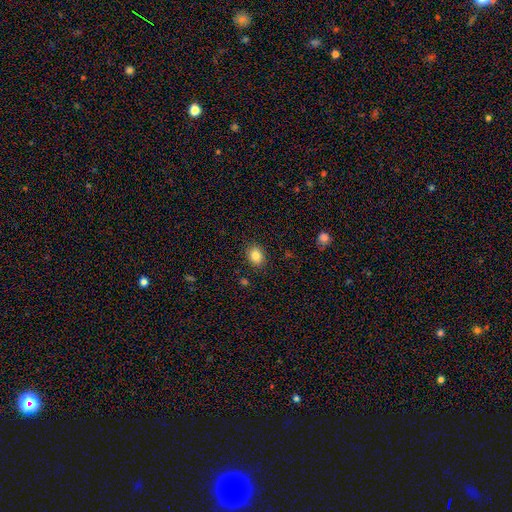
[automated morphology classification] Smooth or featured: smooth — 85% (star or artifact — 9%)
How rounded: in between — 57% (round — 42%)
Merging: none — 88% (minor disturbance — 8%)